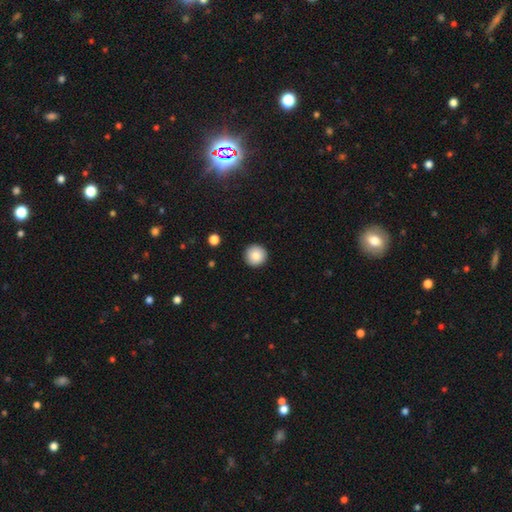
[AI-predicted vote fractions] Q: Smooth or featured?
A: smooth (84%); runner-up: star or artifact (8%)
Q: How rounded?
A: round (96%); runner-up: in between (3%)
Q: Merging?
A: none (93%); runner-up: minor disturbance (5%)